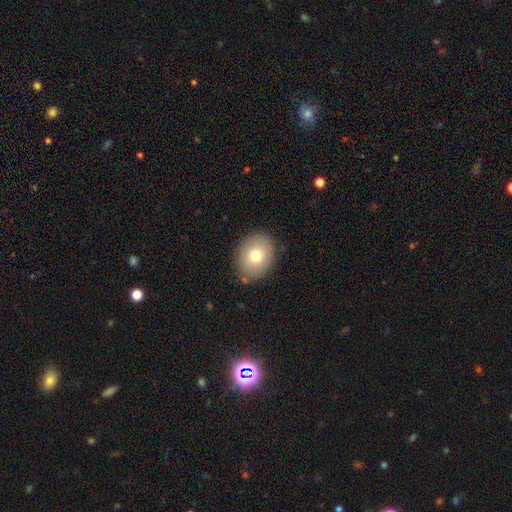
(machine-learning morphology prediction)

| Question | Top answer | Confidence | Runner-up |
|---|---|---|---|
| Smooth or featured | smooth | 77% | featured or disk (14%) |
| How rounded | in between | 55% | round (44%) |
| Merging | none | 83% | minor disturbance (12%) |